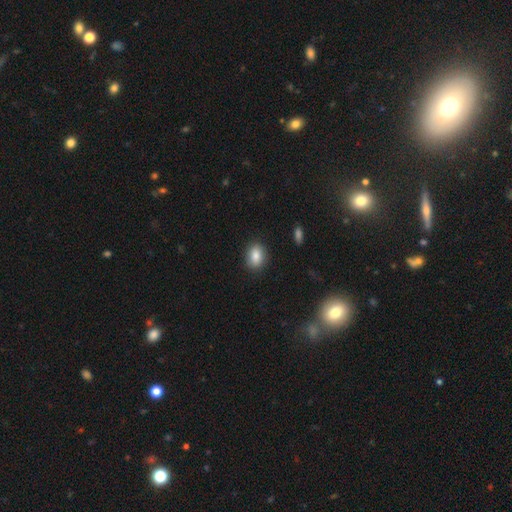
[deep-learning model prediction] The model was most divided on "how rounded": in between: 75%, round: 23%, cigar-shaped: 1%. More confident: merging — none (87%); smooth or featured — smooth (85%).